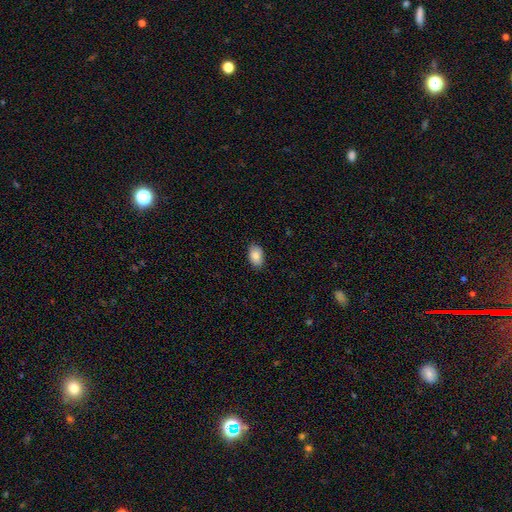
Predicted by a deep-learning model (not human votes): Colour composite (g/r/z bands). It shows a smooth galaxy with no disk features (84%) that is in between round and cigar-shaped (90%). Merging: none (88%).